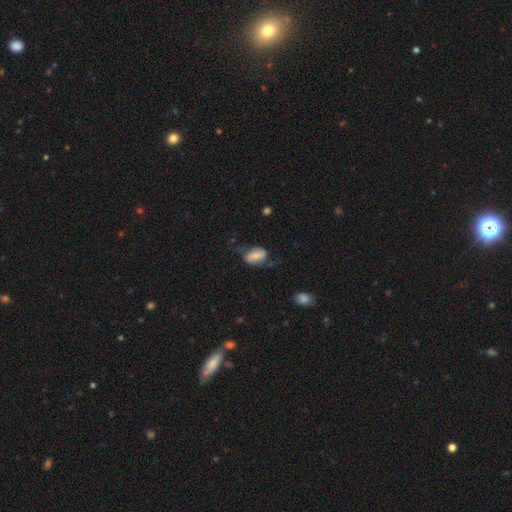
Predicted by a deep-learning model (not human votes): This is possibly a smooth galaxy (46%, tied with featured or disk). Merging: possibly none (50%).